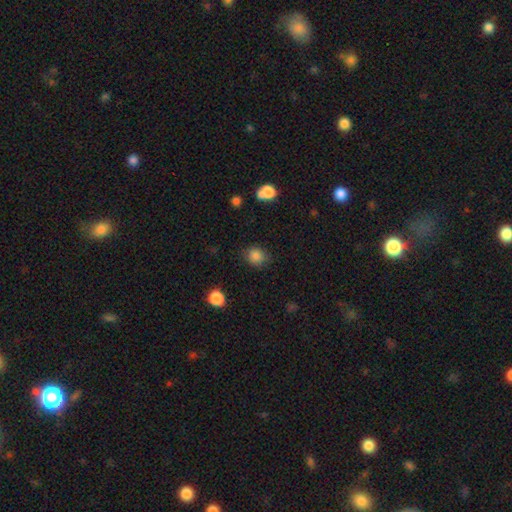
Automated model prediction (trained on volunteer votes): Smooth or featured? smooth (85%)
How rounded? round (75%)
Merging? none (80%)